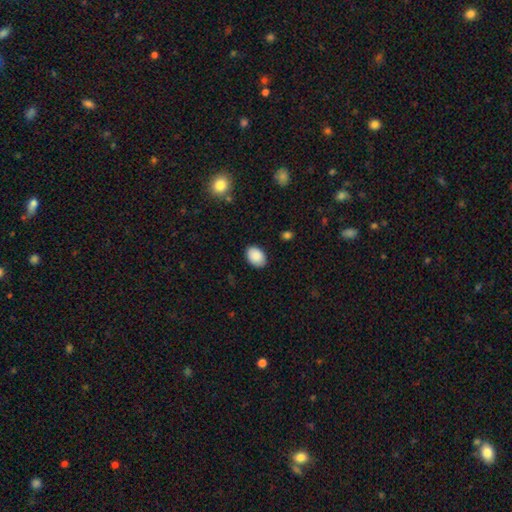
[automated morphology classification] Smooth or featured?
  - smooth: 89% *
  - star or artifact: 7%
  - featured or disk: 4%
How rounded?
  - in between: 82% *
  - round: 17%
  - cigar-shaped: 1%
Merging?
  - none: 88% *
  - minor disturbance: 9%
  - major disturbance: 2%
  - merger: 1%